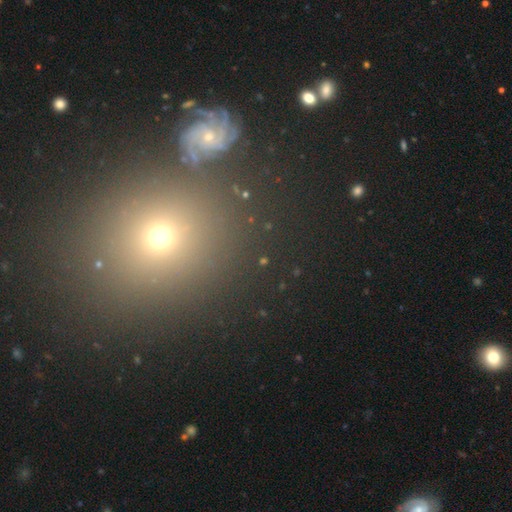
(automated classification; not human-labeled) Smooth or featured: smooth — 50% (star or artifact — 36%)
How rounded: round — 76% (in between — 22%)
Merging: none — 76% (merger — 11%)